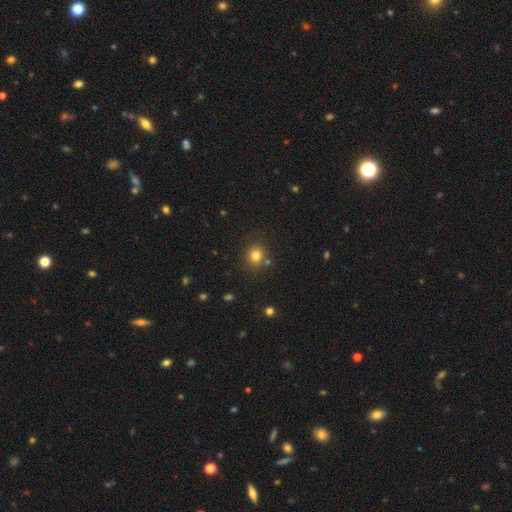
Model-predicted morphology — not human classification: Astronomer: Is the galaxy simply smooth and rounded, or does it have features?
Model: smooth — 80%.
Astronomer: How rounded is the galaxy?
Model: round — 79%.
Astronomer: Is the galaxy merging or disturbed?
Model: none — 78%.